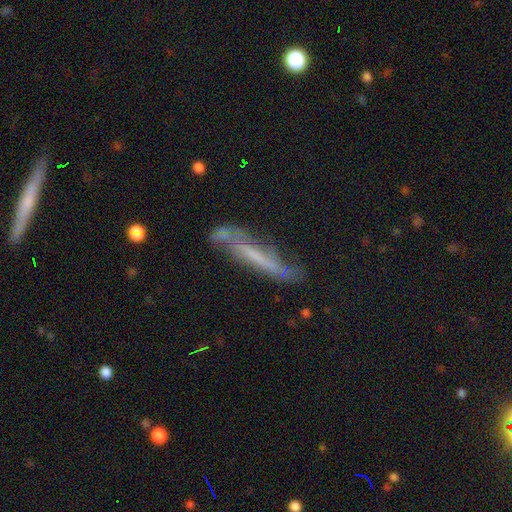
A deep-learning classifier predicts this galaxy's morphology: type=featured or disk (57%); edge-on=yes (59%); merging=none (50%).